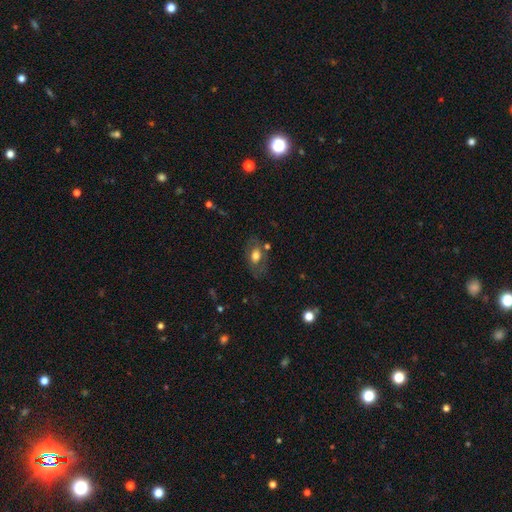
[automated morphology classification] Overall: smooth (56%; featured or disk 36%). How rounded: in between (86%). Merging: none (67%).